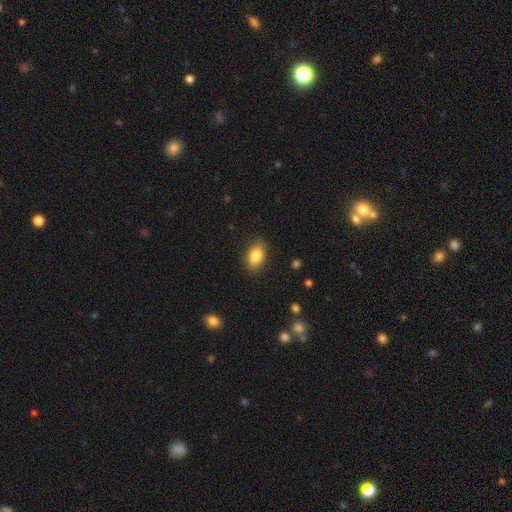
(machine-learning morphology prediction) This appears to be a smooth galaxy with no disk features (85%) that is in between round and cigar-shaped (87%). Merging: none (85%).